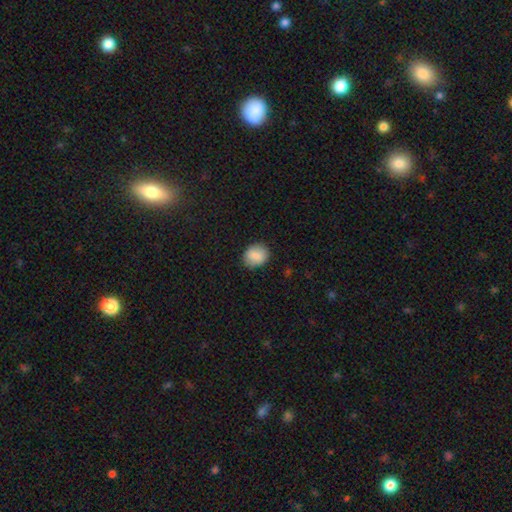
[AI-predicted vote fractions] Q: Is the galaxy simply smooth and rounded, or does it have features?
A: smooth — 86%.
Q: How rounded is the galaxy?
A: round — 61%.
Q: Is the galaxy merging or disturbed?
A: none — 84%.